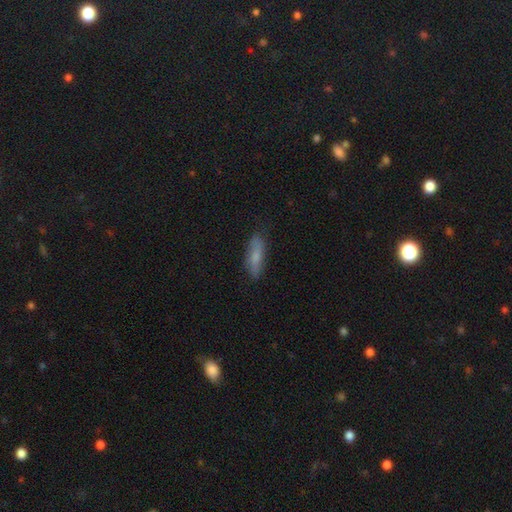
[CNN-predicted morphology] This is likely a smooth galaxy (69%). How rounded: possibly cigar-shaped (55%). Merging: likely none (77%).